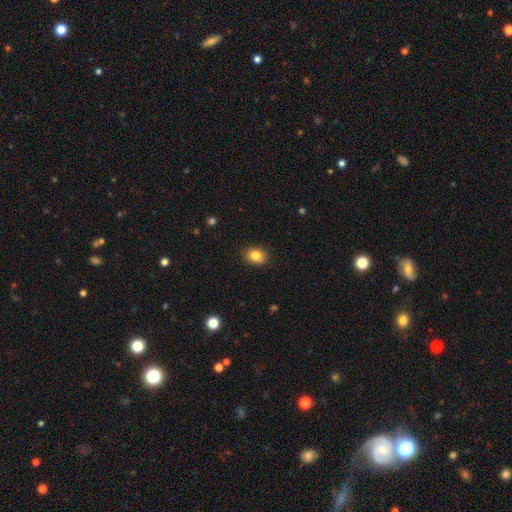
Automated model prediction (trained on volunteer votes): This is clearly a smooth galaxy (84%). How rounded: possibly in between (53%). Merging: clearly none (89%).